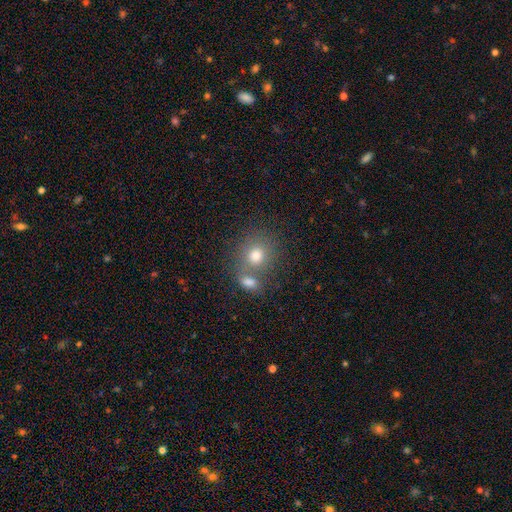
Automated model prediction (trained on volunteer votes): smooth 76%, featured or disk 12%, star or artifact 12%. Down the decision tree: how rounded — round (74%); merging — none (51%).